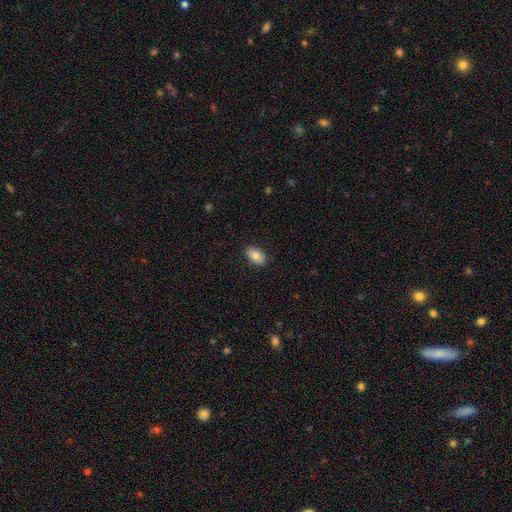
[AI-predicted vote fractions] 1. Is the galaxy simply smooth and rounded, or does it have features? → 79% smooth, 14% featured or disk, 7% star or artifact.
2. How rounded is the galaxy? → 91% in between, 7% round, 2% cigar-shaped.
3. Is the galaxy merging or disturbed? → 87% none, 10% minor disturbance, 2% major disturbance, 1% merger.